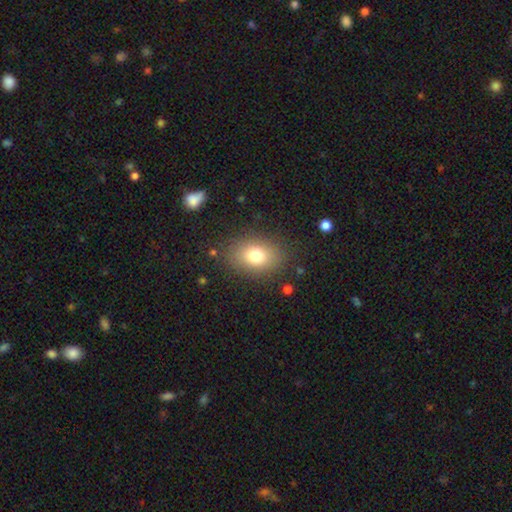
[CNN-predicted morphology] This appears to be a smooth galaxy with no disk features (77%) that is in between round and cigar-shaped (73%). Merging: none (84%).